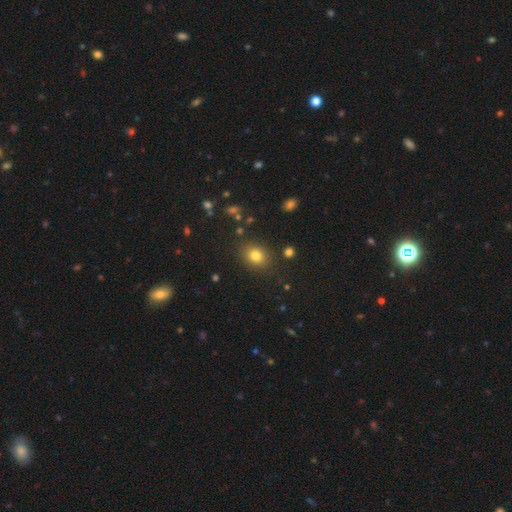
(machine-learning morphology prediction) smooth-or-featured: smooth: 80% | star or artifact: 13% | featured or disk: 7%
  how-rounded: round: 56% | in between: 43% | cigar-shaped: 1%
  merging: none: 85% | minor disturbance: 10% | major disturbance: 3% | merger: 2%